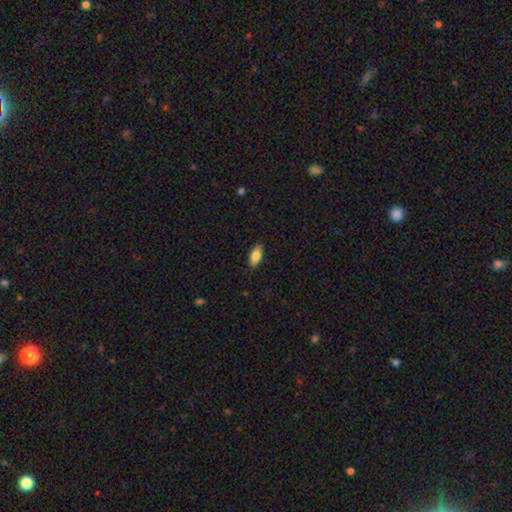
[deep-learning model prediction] This is clearly a smooth galaxy (82%). How rounded: clearly in between (87%). Merging: clearly none (88%).